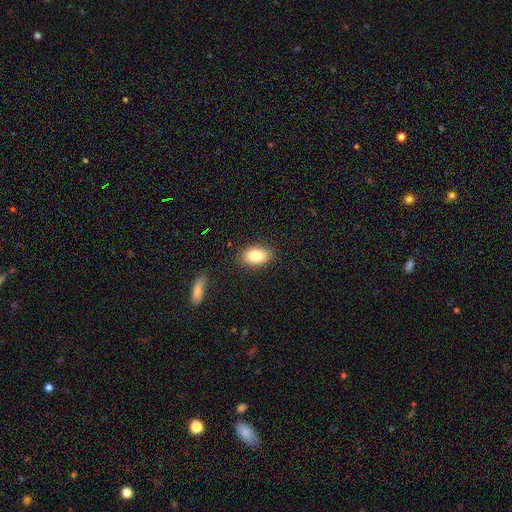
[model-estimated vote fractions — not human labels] Smooth or featured? Predicted: smooth (p=0.83). How rounded? Predicted: in between (p=0.90). Merging? Predicted: none (p=0.86).